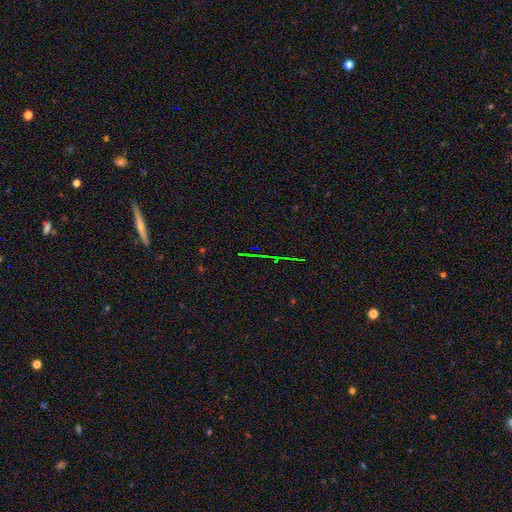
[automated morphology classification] This is likely a star or artifact rather than a galaxy (75%).